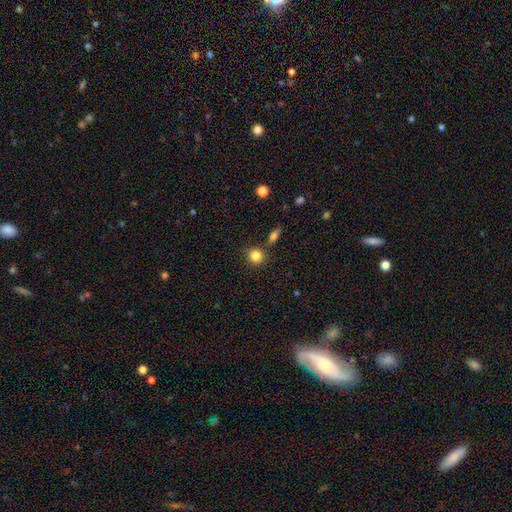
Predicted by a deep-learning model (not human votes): Morphology: type=smooth (85%); roundness=round (89%); merging=none (80%).